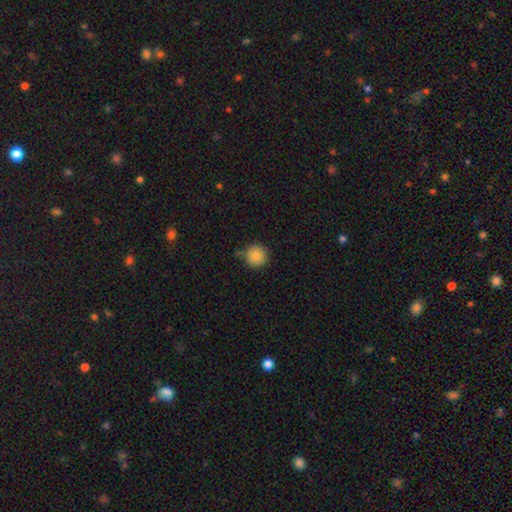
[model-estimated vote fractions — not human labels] Morphology: type=smooth (86%); roundness=round (95%); merging=none (78%).